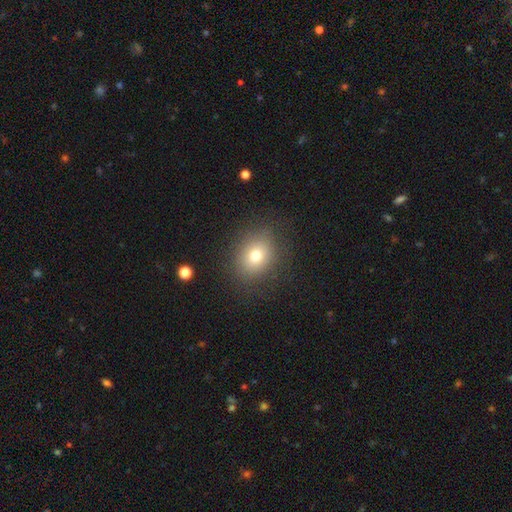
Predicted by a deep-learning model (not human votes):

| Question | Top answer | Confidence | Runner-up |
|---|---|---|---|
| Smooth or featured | smooth | 75% | star or artifact (14%) |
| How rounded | round | 60% | in between (39%) |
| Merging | none | 85% | minor disturbance (10%) |